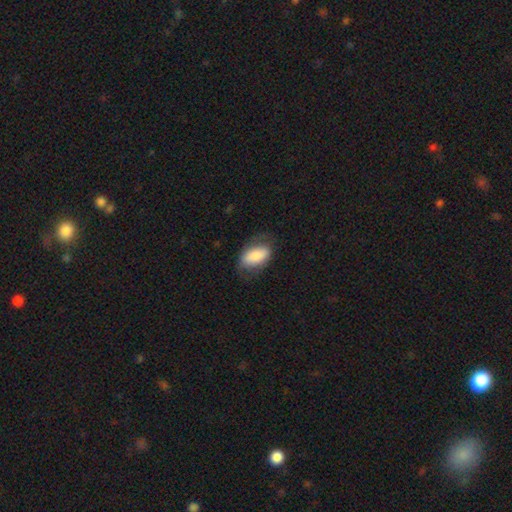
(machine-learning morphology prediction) Smooth or featured?
  - smooth: 76% *
  - featured or disk: 18%
  - star or artifact: 6%
How rounded?
  - in between: 92% *
  - round: 5%
  - cigar-shaped: 3%
Merging?
  - none: 67% *
  - minor disturbance: 22%
  - major disturbance: 10%
  - merger: 1%